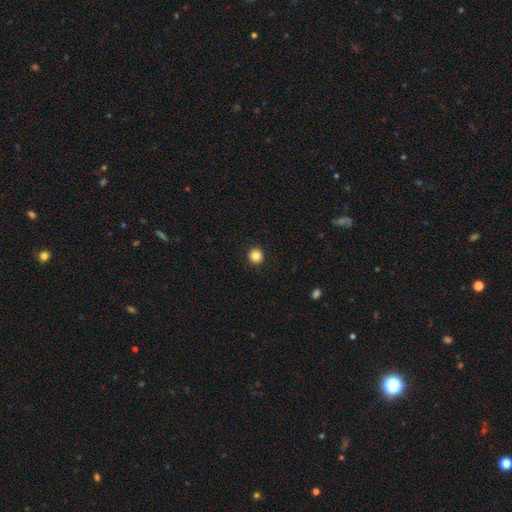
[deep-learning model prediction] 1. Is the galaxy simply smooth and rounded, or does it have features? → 85% smooth, 11% star or artifact, 4% featured or disk.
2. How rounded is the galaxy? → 94% round, 5% in between, 1% cigar-shaped.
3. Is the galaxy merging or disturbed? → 93% none, 4% minor disturbance, 1% major disturbance, 1% merger.